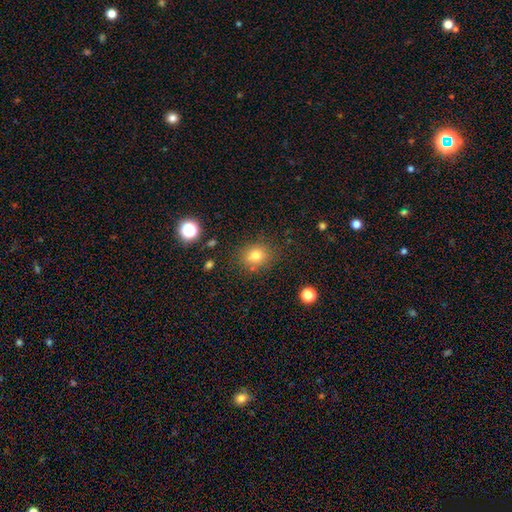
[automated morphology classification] A smooth galaxy with no disk features (78%) that is round (61%). Merging: none (78%).